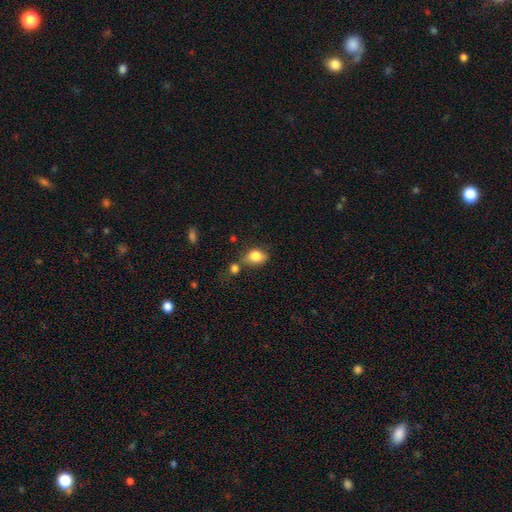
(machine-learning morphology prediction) Smooth or featured: smooth — 80% (featured or disk — 11%)
How rounded: in between — 71% (round — 27%)
Merging: none — 53% (minor disturbance — 21%)